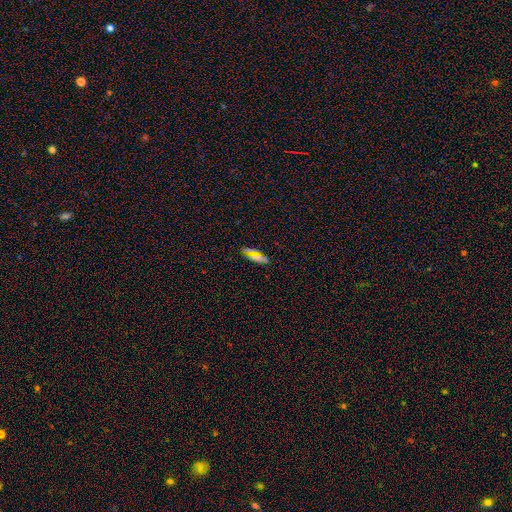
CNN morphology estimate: Q: Smooth or featured?
A: smooth (65%); runner-up: star or artifact (22%)
Q: How rounded?
A: in between (65%); runner-up: cigar-shaped (29%)
Q: Merging?
A: none (81%); runner-up: minor disturbance (13%)